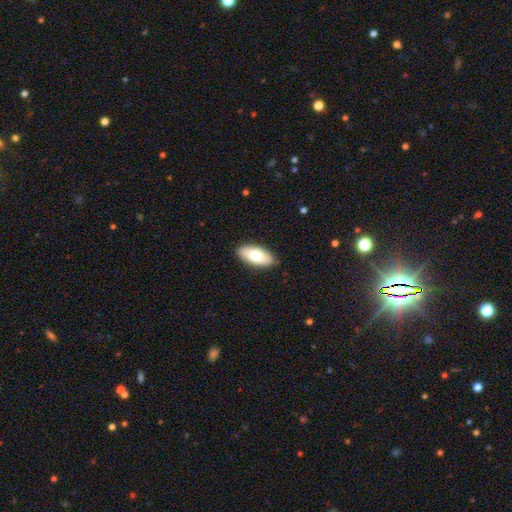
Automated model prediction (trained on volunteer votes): Q: Smooth or featured?
A: smooth (76%); runner-up: featured or disk (18%)
Q: How rounded?
A: in between (90%); runner-up: cigar-shaped (8%)
Q: Merging?
A: none (89%); runner-up: minor disturbance (8%)